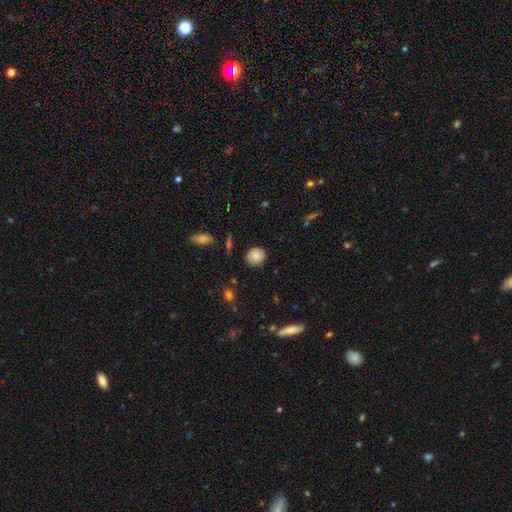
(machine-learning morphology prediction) Smooth or featured: smooth — 85% (star or artifact — 9%)
How rounded: round — 75% (in between — 24%)
Merging: none — 85% (minor disturbance — 11%)